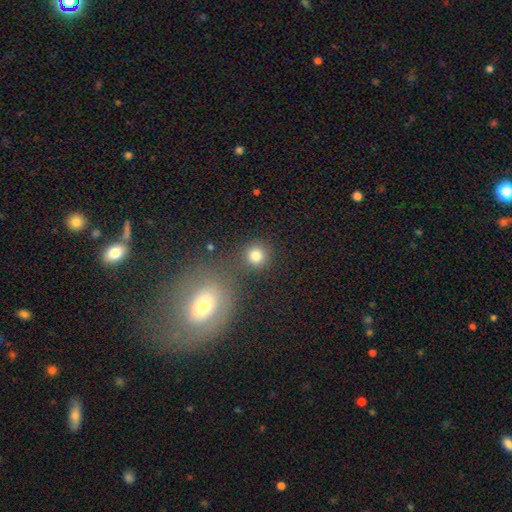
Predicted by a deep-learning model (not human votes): Smooth or featured: smooth — 80% (star or artifact — 14%)
How rounded: round — 92% (in between — 7%)
Merging: none — 80% (merger — 9%)